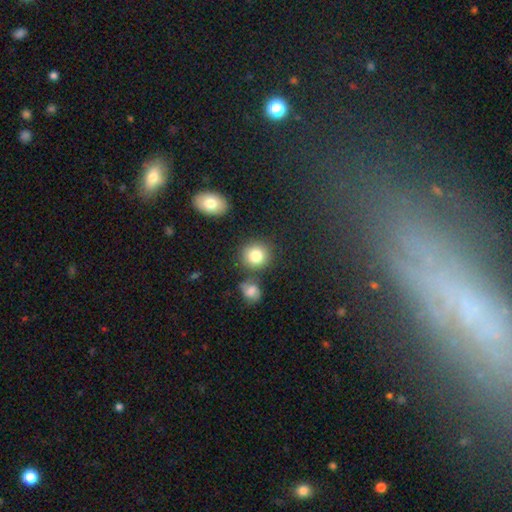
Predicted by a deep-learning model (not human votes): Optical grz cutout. It shows a smooth galaxy with no disk features (83%) that is round (87%). Merging: none (77%).